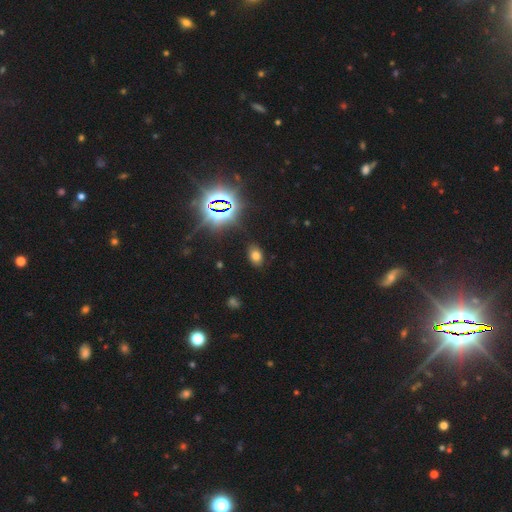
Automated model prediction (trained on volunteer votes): A smooth galaxy with no disk features (65%) that is in between round and cigar-shaped (82%). Merging: none (84%).